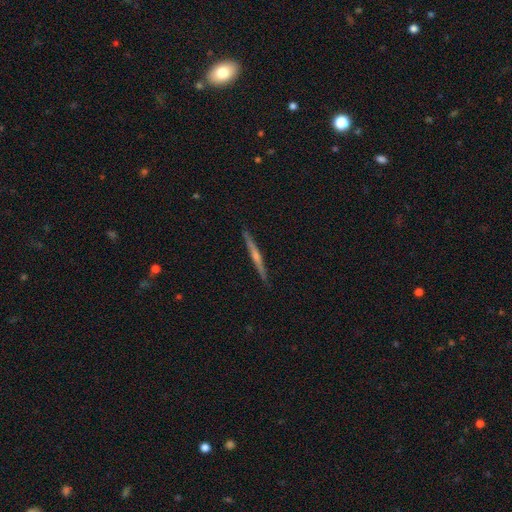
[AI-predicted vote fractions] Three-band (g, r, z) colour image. It shows a featured or disk galaxy (69%) viewed edge-on (97%) with a rounded central bulge (70%). Merging: none (90%).